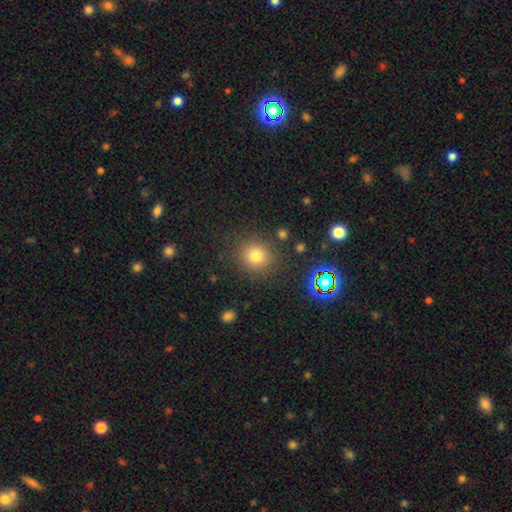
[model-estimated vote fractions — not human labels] The model was most divided on "smooth or featured": smooth: 77%, star or artifact: 15%, featured or disk: 8%. More confident: how rounded — round (89%); merging — none (85%).